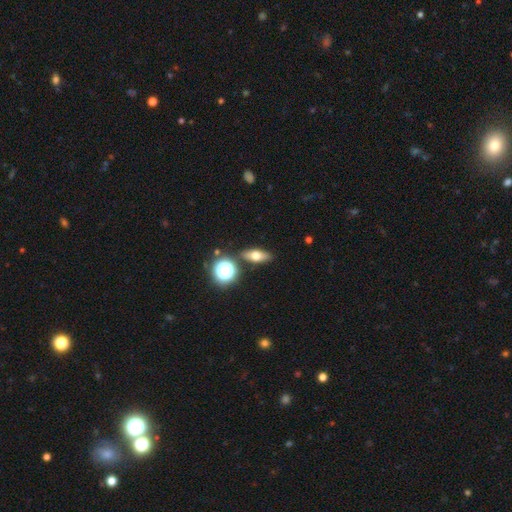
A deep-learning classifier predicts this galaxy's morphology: A smooth galaxy with no disk features (57%) that is in between round and cigar-shaped (60%). Merging: none (84%).